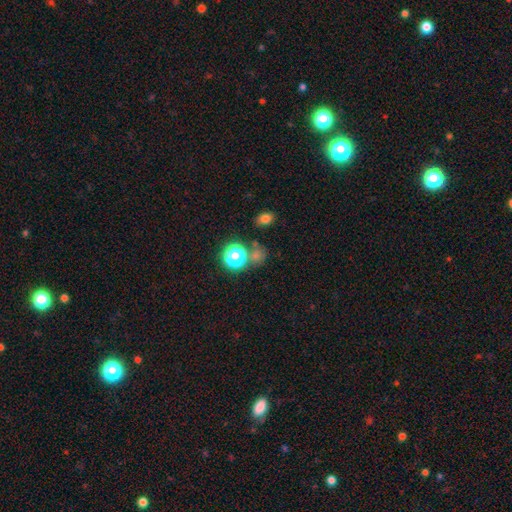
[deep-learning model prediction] A smooth galaxy with no disk features (56%) that is round (78%). Merging: none (65%).